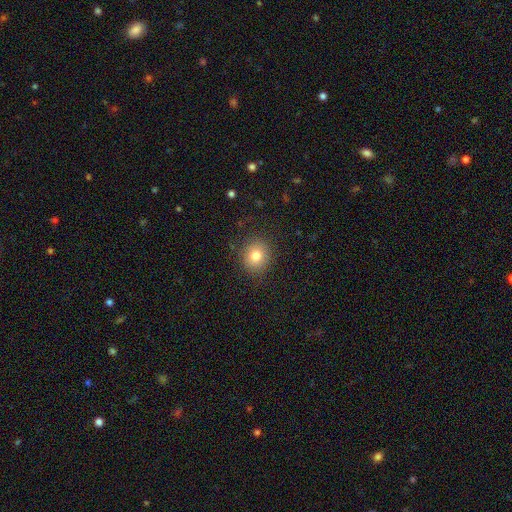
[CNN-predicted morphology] A smooth galaxy with no disk features (80%) that is round (79%). Merging: none (87%).